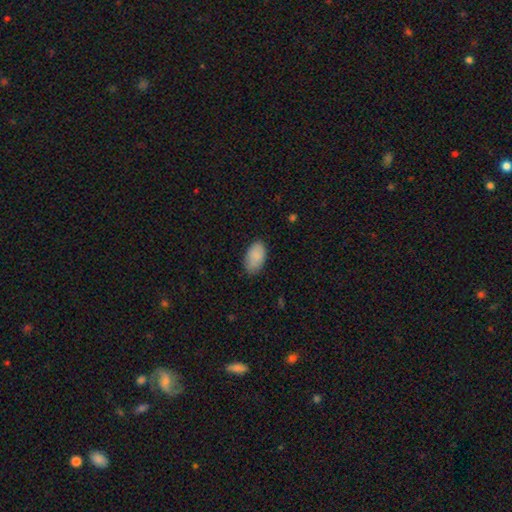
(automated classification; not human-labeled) This is clearly a smooth galaxy (87%). How rounded: clearly in between (94%). Merging: likely none (77%).